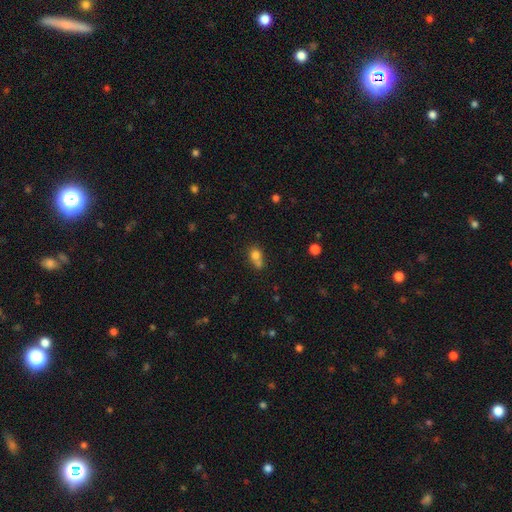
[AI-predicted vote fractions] Smooth or featured? Predicted: smooth (p=0.75). How rounded? Predicted: round (p=0.63). Merging? Predicted: merger (p=0.49).